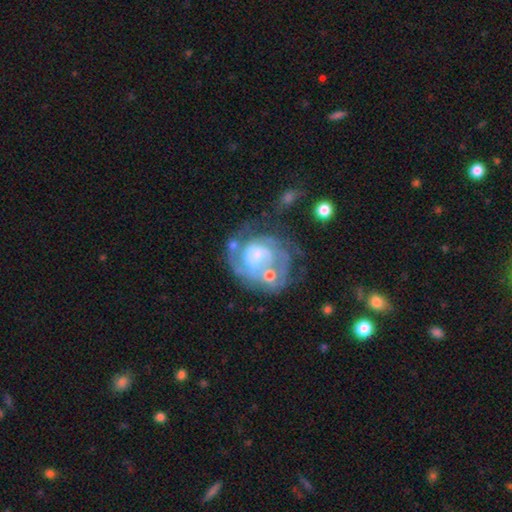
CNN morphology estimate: This appears to be a featured or disk galaxy (81%) with no bar (67%), 2 (34%) tight (57%) spiral arms (87%) and a moderate central bulge (42%). Merging: none (41%).